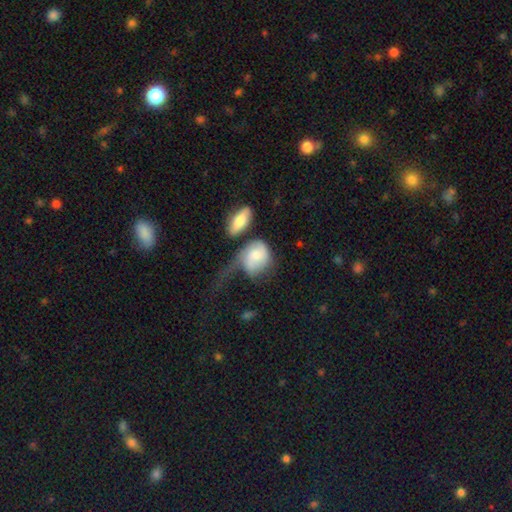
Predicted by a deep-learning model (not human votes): smooth 62%, featured or disk 32%, star or artifact 6%. Down the decision tree: how rounded — in between (53%); merging — major disturbance (43%).